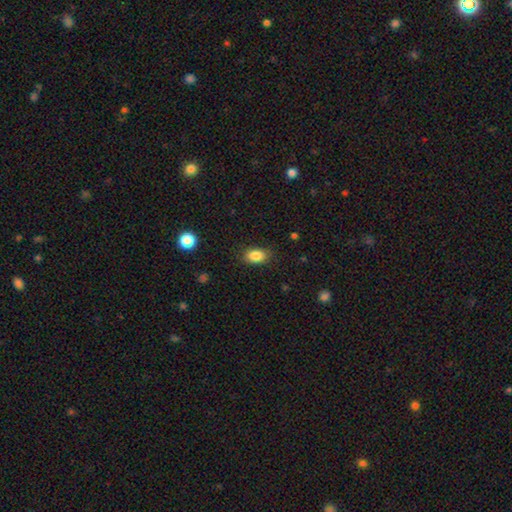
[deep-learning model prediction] Smooth or featured? Predicted: smooth (p=0.86). How rounded? Predicted: in between (p=0.87). Merging? Predicted: none (p=0.83).